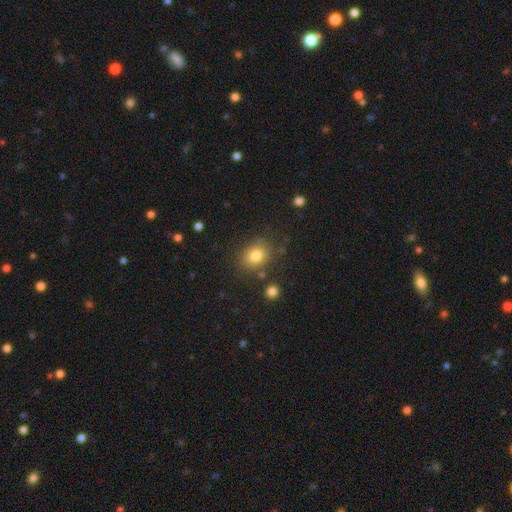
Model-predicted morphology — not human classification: Smooth or featured?
  - smooth: 80% *
  - star or artifact: 12%
  - featured or disk: 8%
How rounded?
  - round: 57% *
  - in between: 42%
  - cigar-shaped: 1%
Merging?
  - none: 78% *
  - minor disturbance: 12%
  - merger: 5%
  - major disturbance: 4%